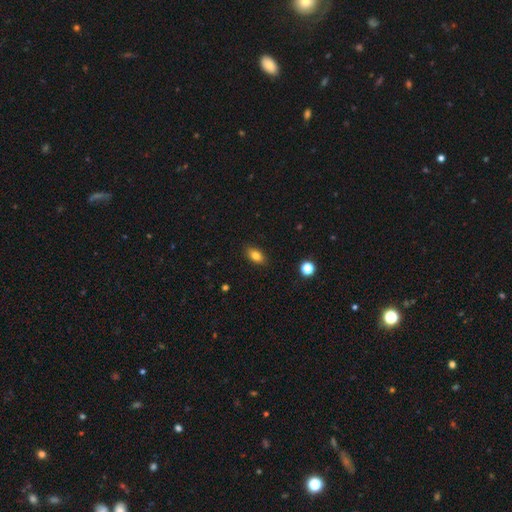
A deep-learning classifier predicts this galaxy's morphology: A smooth galaxy with no disk features (82%) that is in between round and cigar-shaped (85%). Merging: none (88%).